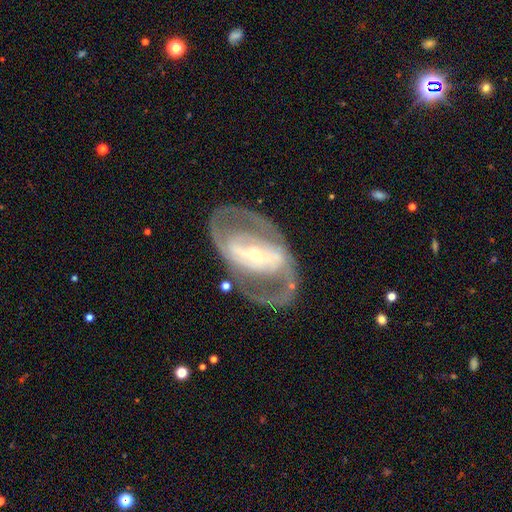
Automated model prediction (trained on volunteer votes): The model was most divided on "spiral winding": medium: 46%, tight: 34%, loose: 21%. More confident: edge-on disk — no (94%); smooth or featured — featured or disk (86%); spiral arm count — 2 (77%); spiral arms — yes (76%); merging — none (68%); bulge size — small (67%); bar — strong (54%).